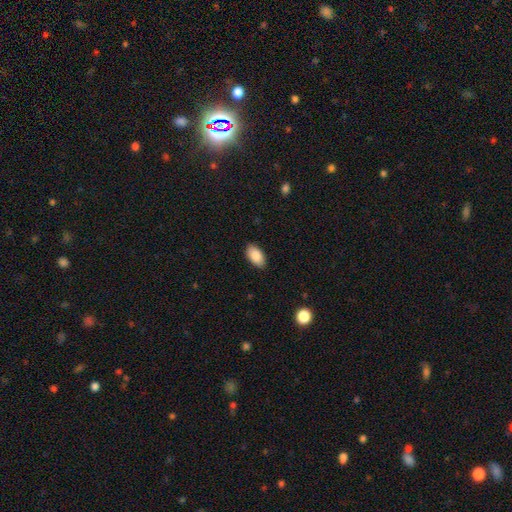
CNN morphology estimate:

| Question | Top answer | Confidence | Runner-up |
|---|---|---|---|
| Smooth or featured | smooth | 88% | star or artifact (7%) |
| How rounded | in between | 95% | round (3%) |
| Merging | none | 87% | minor disturbance (10%) |